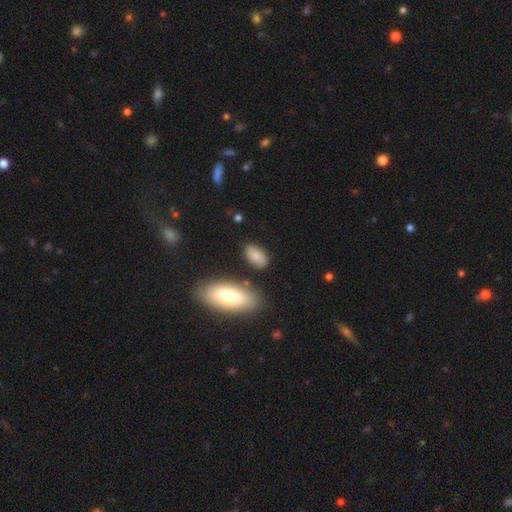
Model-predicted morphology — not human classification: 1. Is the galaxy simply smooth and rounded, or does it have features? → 82% smooth, 11% featured or disk, 7% star or artifact.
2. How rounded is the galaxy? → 92% in between, 5% round, 3% cigar-shaped.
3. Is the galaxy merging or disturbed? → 78% none, 14% minor disturbance, 4% merger, 4% major disturbance.